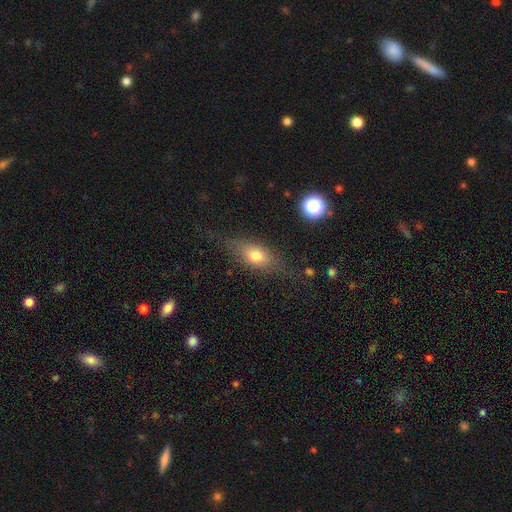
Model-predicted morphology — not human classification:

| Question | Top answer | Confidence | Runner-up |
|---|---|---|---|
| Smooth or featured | smooth | 61% | featured or disk (28%) |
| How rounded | in between | 65% | cigar-shaped (19%) |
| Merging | none | 69% | minor disturbance (19%) |